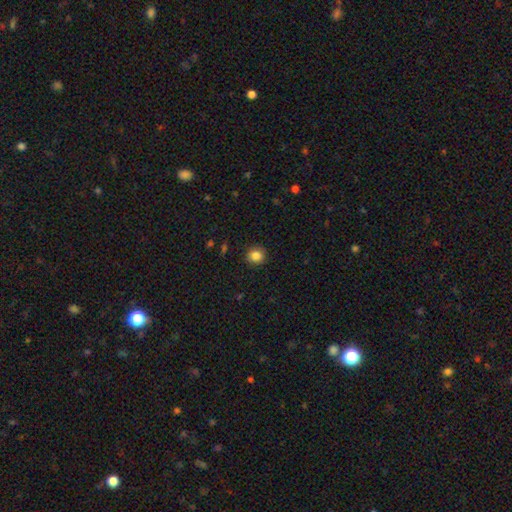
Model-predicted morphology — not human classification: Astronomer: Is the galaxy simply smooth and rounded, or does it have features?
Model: smooth — 86%.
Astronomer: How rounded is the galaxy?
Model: round — 87%.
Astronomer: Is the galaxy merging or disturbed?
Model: none — 90%.